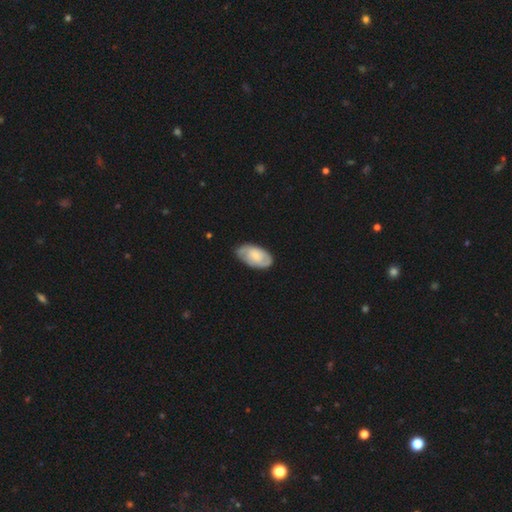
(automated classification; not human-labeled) A featured or disk galaxy (50%).

Vote fractions:
- Smooth or featured? featured or disk: 50% / smooth: 44% / star or artifact: 6%
- Merging? none: 71% / minor disturbance: 23% / major disturbance: 5% / merger: 1%